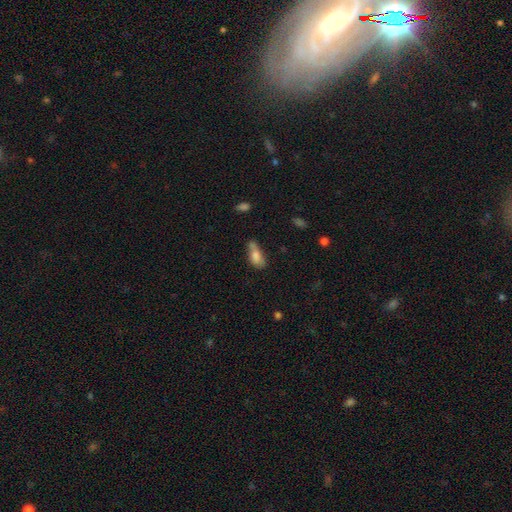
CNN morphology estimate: type=smooth (74%); roundness=in between (81%); merging=none (34%).